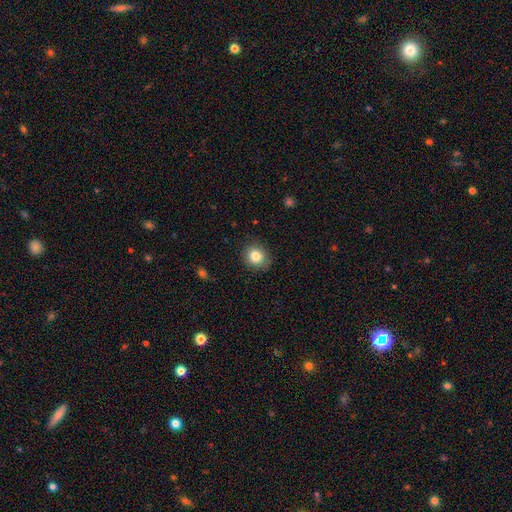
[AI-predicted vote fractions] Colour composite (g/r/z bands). It shows a smooth galaxy with no disk features (83%) that is round (79%). Merging: none (85%).